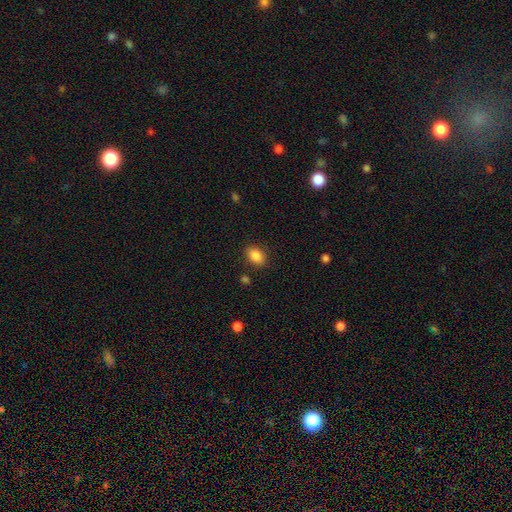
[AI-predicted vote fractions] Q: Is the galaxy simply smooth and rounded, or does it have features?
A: smooth — 87%.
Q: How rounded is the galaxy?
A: in between — 75%.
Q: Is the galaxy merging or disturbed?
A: none — 85%.